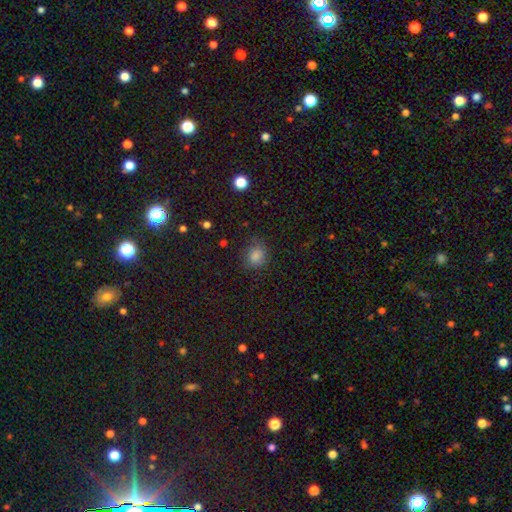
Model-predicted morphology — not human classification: Smooth or featured? smooth (78%)
How rounded? round (66%)
Merging? none (76%)